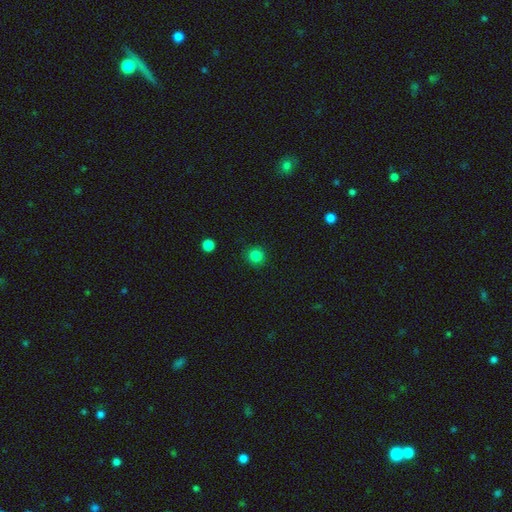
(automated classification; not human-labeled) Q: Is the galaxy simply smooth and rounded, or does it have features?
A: smooth — 84%.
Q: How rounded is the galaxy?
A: round — 94%.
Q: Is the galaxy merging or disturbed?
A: none — 91%.